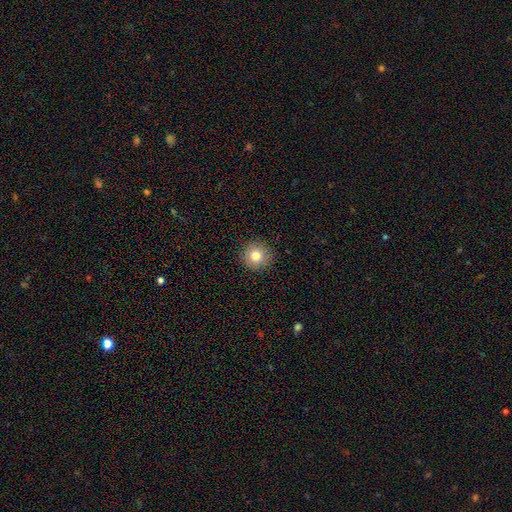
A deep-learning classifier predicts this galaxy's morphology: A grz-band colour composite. It shows a smooth galaxy with no disk features (80%) that is round (94%). Merging: none (91%).